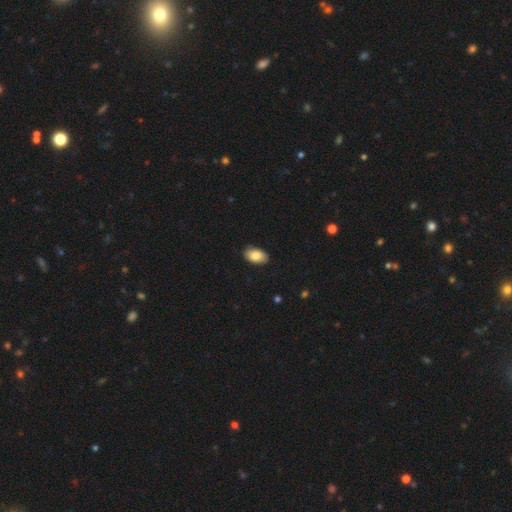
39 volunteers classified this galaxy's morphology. Smooth or featured: smooth — 79% (featured or disk — 18%)
How rounded: in between — 97% (round — 3%)
Merging: none — 87% (minor disturbance — 13%)